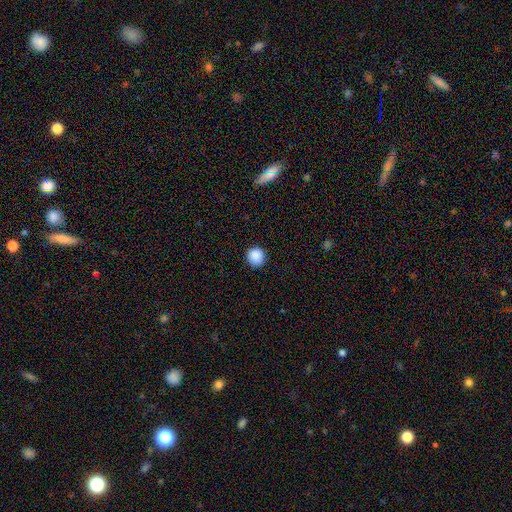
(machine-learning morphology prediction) Smooth or featured?
  - smooth: 88% *
  - star or artifact: 9%
  - featured or disk: 3%
How rounded?
  - round: 93% *
  - in between: 6%
  - cigar-shaped: 1%
Merging?
  - none: 89% *
  - minor disturbance: 8%
  - major disturbance: 2%
  - merger: 1%